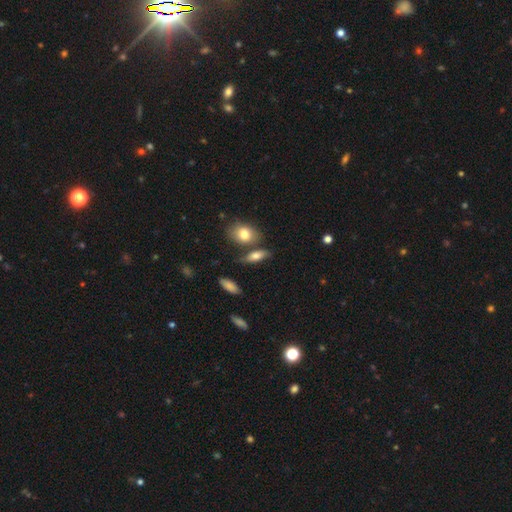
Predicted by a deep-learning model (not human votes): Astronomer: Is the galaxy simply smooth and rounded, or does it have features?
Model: smooth — 73%.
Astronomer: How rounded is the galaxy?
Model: in between — 69%.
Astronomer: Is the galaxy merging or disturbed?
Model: none — 66%.